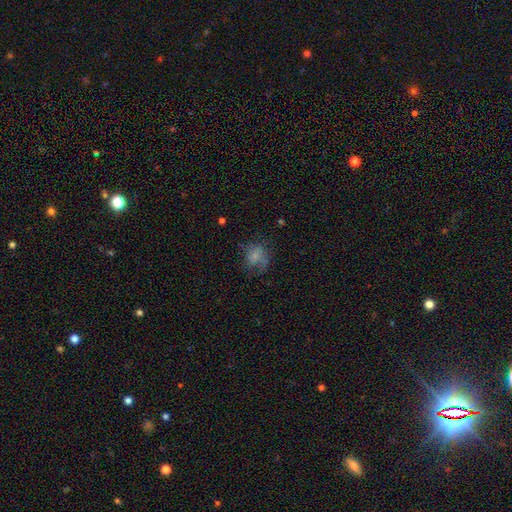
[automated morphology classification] Smooth or featured?
  - smooth: 55% *
  - featured or disk: 34%
  - star or artifact: 12%
How rounded?
  - round: 54% *
  - in between: 45%
  - cigar-shaped: 1%
Merging?
  - none: 43% *
  - major disturbance: 30%
  - minor disturbance: 25%
  - merger: 3%